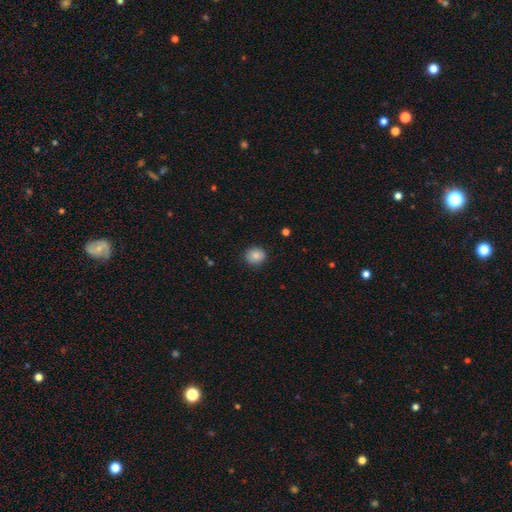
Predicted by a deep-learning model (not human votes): This is clearly a smooth galaxy (85%). How rounded: likely round (78%). Merging: clearly none (87%).